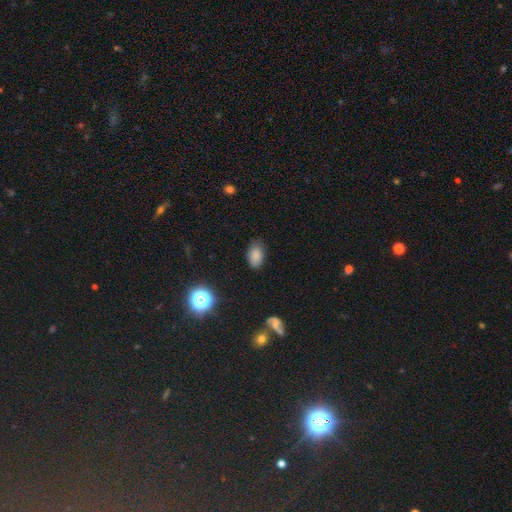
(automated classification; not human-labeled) This appears to be a smooth galaxy with no disk features (83%) that is in between round and cigar-shaped (89%). Merging: none (78%).